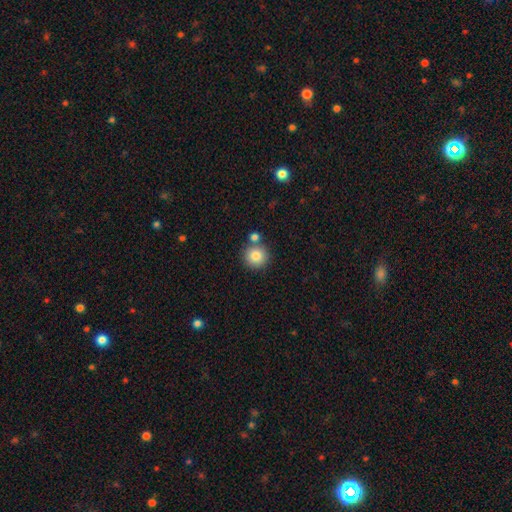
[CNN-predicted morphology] Smooth or featured?
  - smooth: 83% *
  - star or artifact: 10%
  - featured or disk: 7%
How rounded?
  - round: 94% *
  - in between: 5%
  - cigar-shaped: 1%
Merging?
  - none: 74% *
  - merger: 16%
  - minor disturbance: 8%
  - major disturbance: 2%